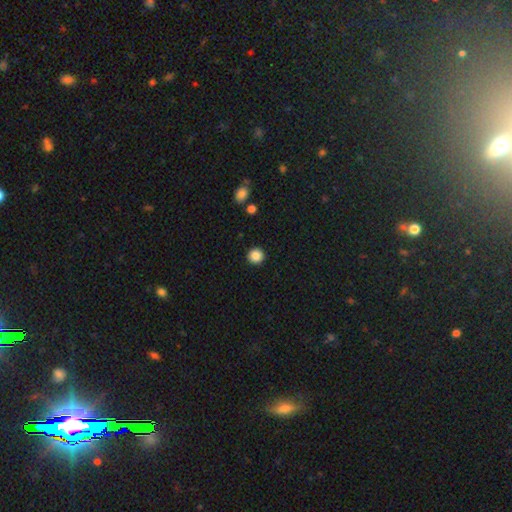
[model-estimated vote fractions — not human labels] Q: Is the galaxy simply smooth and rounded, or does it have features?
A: smooth — 86%.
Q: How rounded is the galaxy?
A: round — 94%.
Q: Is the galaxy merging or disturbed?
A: none — 93%.